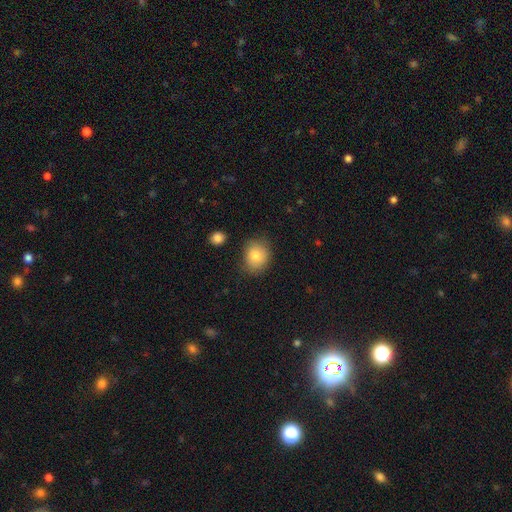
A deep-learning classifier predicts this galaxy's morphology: Smooth or featured: smooth — 82% (featured or disk — 10%)
How rounded: round — 52% (in between — 47%)
Merging: none — 76% (minor disturbance — 18%)